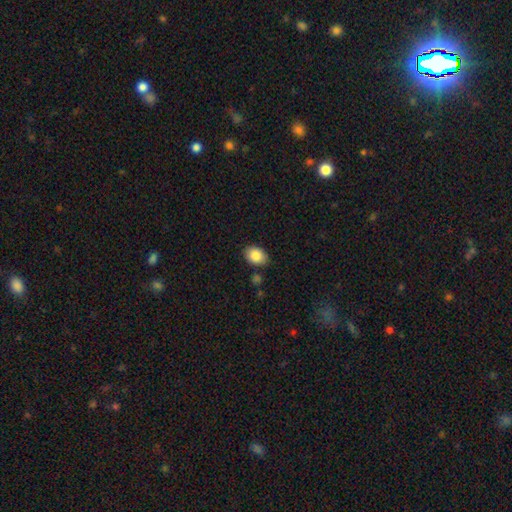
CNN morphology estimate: This appears to be a smooth galaxy with no disk features (87%) that is in between round and cigar-shaped (75%). Merging: none (83%).